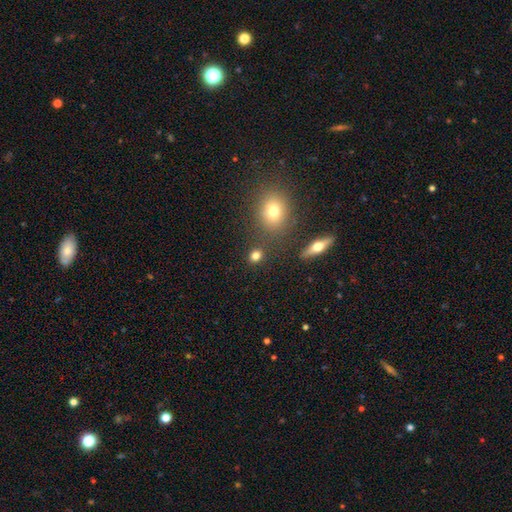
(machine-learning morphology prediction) Q: Smooth or featured?
A: smooth (79%); runner-up: star or artifact (13%)
Q: How rounded?
A: round (67%); runner-up: in between (30%)
Q: Merging?
A: none (80%); runner-up: minor disturbance (9%)